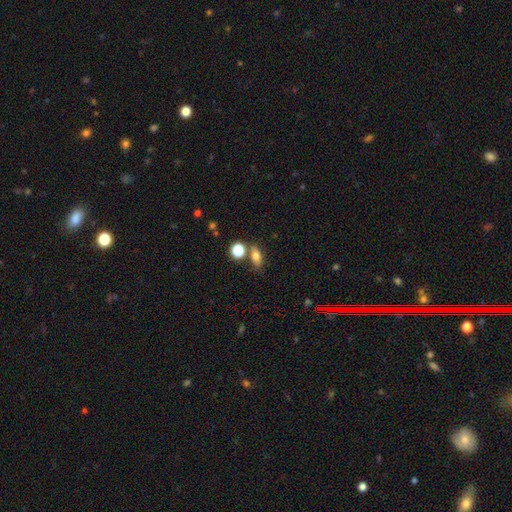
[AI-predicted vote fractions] smooth-or-featured: smooth: 74% | featured or disk: 13% | star or artifact: 12%
  how-rounded: in between: 73% | round: 16% | cigar-shaped: 10%
  merging: none: 68% | merger: 15% | minor disturbance: 13% | major disturbance: 4%